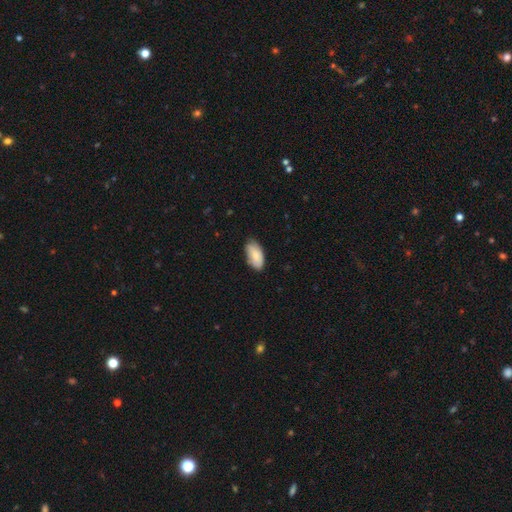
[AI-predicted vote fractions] The model was most divided on "merging": none: 74%, minor disturbance: 22%, major disturbance: 3%, merger: 1%. More confident: how rounded — in between (94%); smooth or featured — smooth (83%).